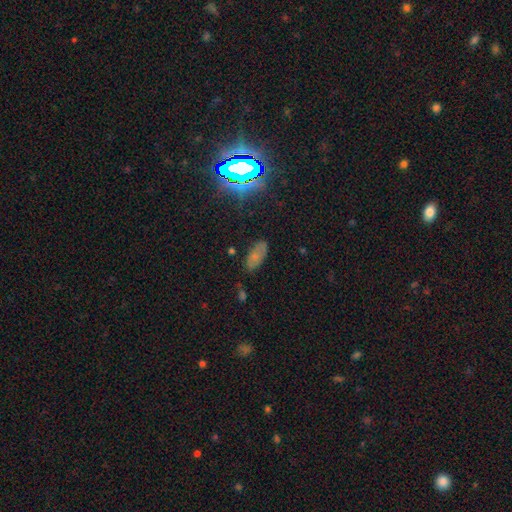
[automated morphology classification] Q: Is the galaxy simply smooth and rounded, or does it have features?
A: smooth — 60%.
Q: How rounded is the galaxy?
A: in between — 88%.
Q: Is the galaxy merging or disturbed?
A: none — 72%.